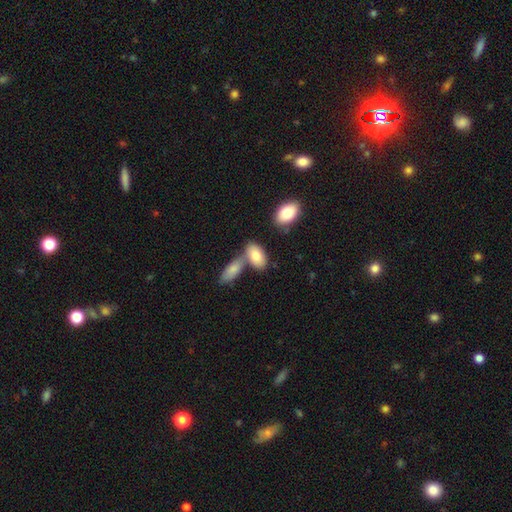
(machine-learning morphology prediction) Q: Smooth or featured?
A: smooth (80%); runner-up: featured or disk (14%)
Q: How rounded?
A: in between (92%); runner-up: round (4%)
Q: Merging?
A: none (52%); runner-up: merger (32%)